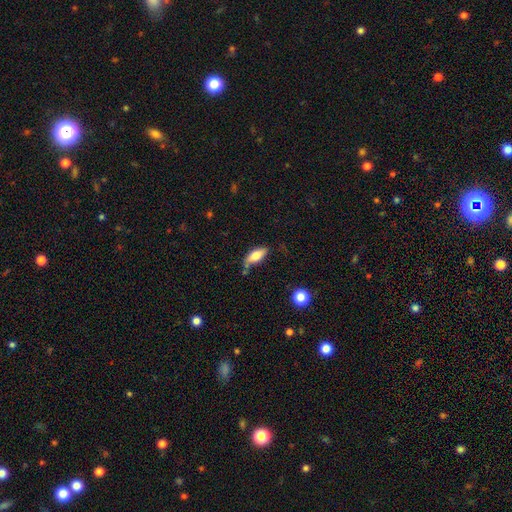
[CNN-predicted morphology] smooth 72%, featured or disk 21%, star or artifact 7%. Down the decision tree: how rounded — in between (79%); merging — none (60%).